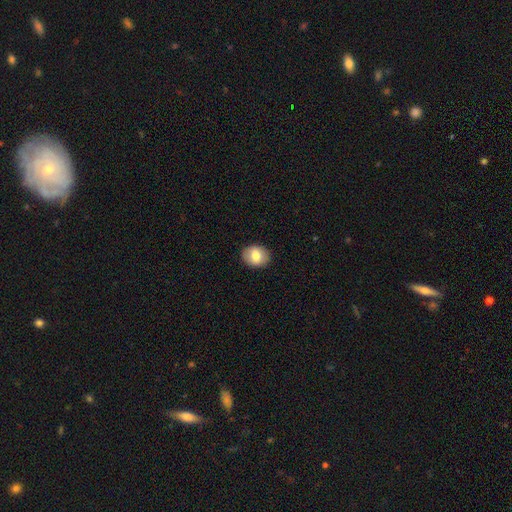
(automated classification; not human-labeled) The model was most divided on "how rounded": in between: 56%, round: 43%, cigar-shaped: 1%. More confident: merging — none (89%); smooth or featured — smooth (76%).